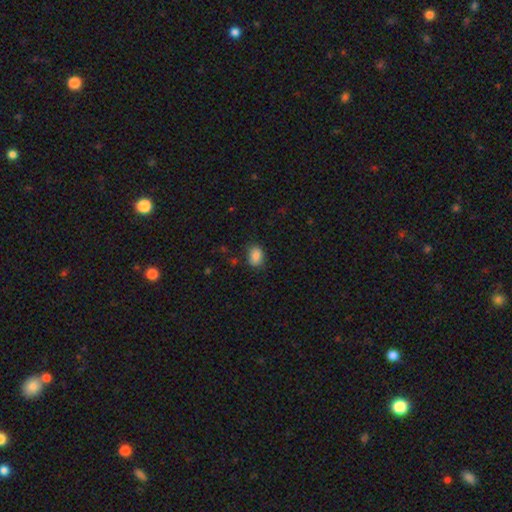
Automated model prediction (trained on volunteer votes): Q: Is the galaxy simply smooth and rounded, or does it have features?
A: smooth — 87%.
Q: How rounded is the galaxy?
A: in between — 69%.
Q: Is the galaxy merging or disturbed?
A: none — 81%.